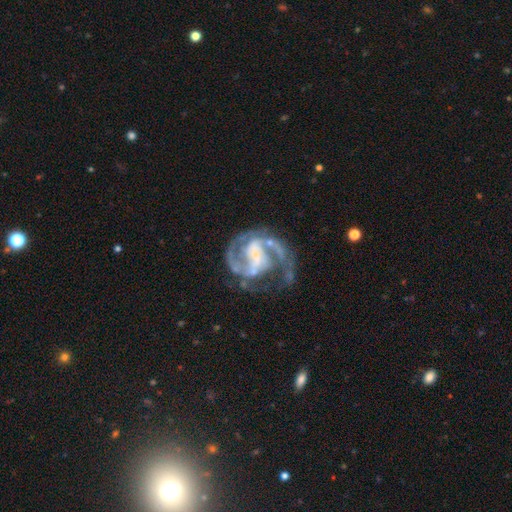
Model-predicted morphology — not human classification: This appears to be a featured or disk galaxy (90%) with a weak bar (41%), 2 (78%) medium (53%) spiral arms (96%) and no central bulge (39%). Merging: none (52%).